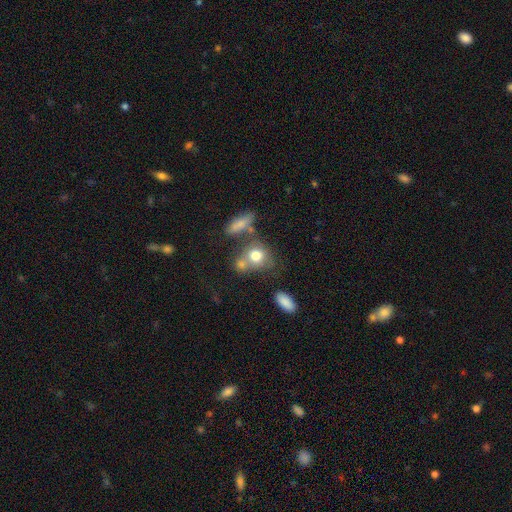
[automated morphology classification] smooth 75%, featured or disk 15%, star or artifact 10%. Down the decision tree: how rounded — round (56%); merging — none (39%).